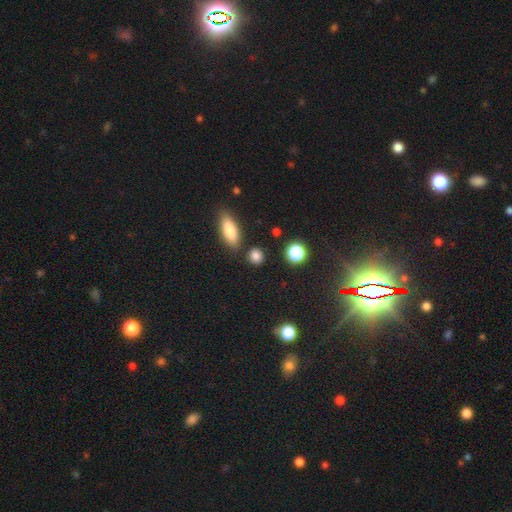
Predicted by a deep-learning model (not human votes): A smooth galaxy with no disk features (83%) that is round (74%). Merging: none (83%).